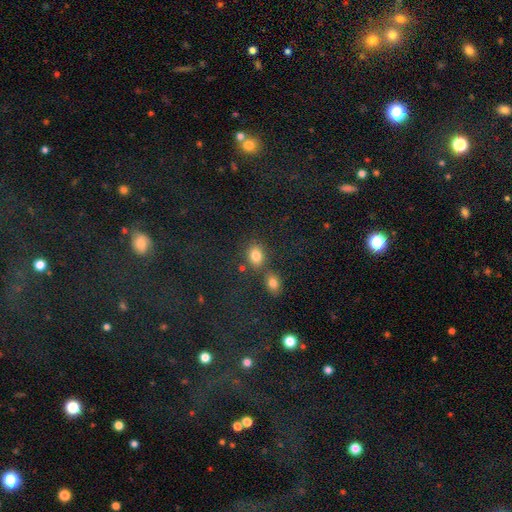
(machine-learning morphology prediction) The model was most divided on "how rounded": in between: 55%, round: 44%, cigar-shaped: 1%. More confident: smooth or featured — smooth (80%); merging — none (60%).